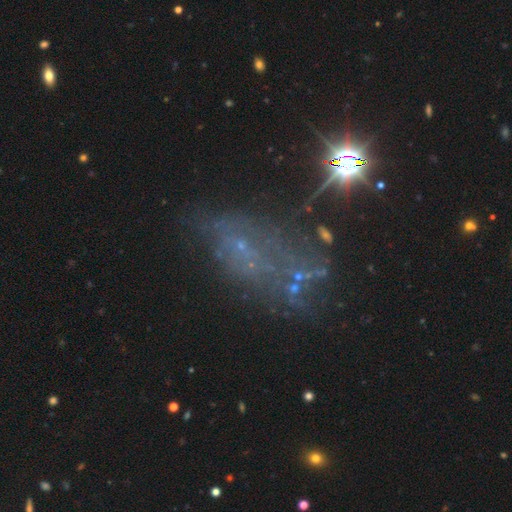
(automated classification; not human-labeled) This is marginally a star or artifact rather than a galaxy (42%).